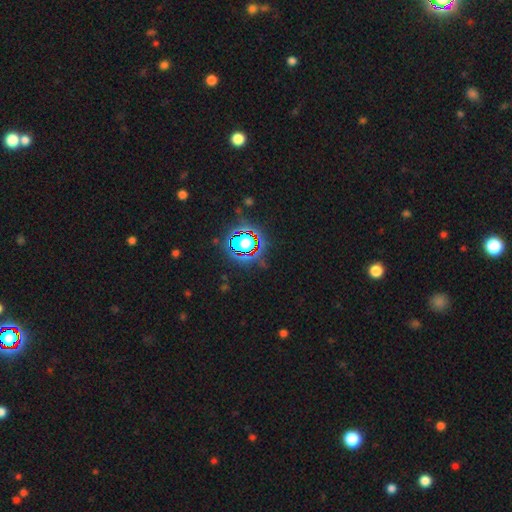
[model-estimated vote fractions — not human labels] Q: Smooth or featured?
A: star or artifact (82%); runner-up: smooth (11%)